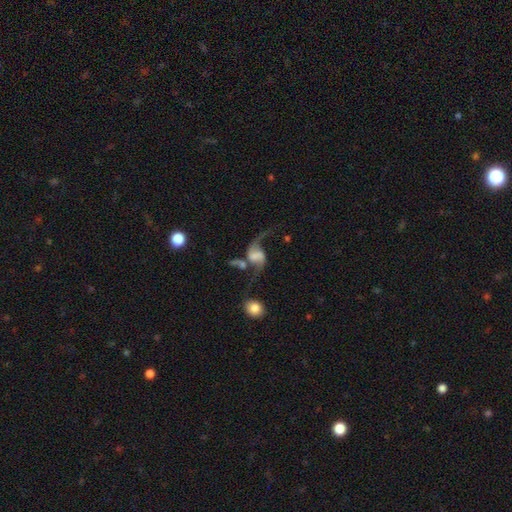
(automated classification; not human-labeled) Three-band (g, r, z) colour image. It shows a featured or disk galaxy (80%) with no bar (41%), 2 (89%) loose (87%) spiral arms (93%) and no central bulge (47%). Merging: none (40%).